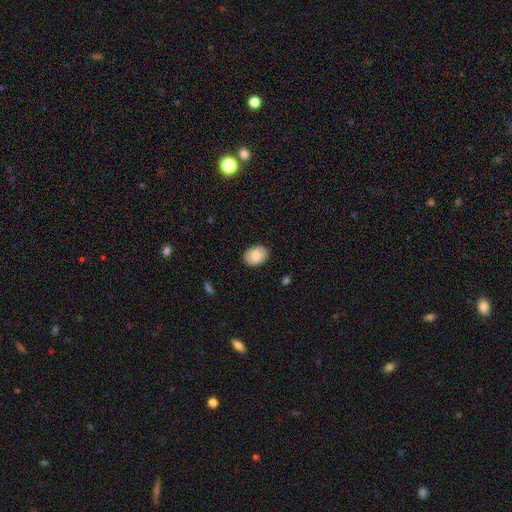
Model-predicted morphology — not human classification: Q: Smooth or featured?
A: smooth (83%); runner-up: featured or disk (10%)
Q: How rounded?
A: in between (72%); runner-up: round (27%)
Q: Merging?
A: none (87%); runner-up: minor disturbance (10%)